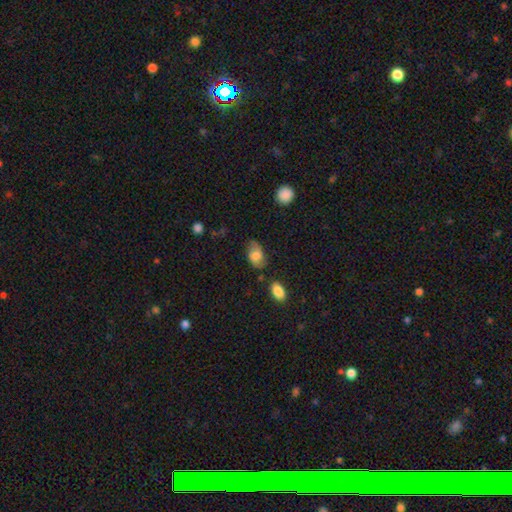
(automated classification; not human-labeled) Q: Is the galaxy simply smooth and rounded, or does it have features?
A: smooth — 60%.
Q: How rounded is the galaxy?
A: in between — 87%.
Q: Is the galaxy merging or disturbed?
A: none — 64%.